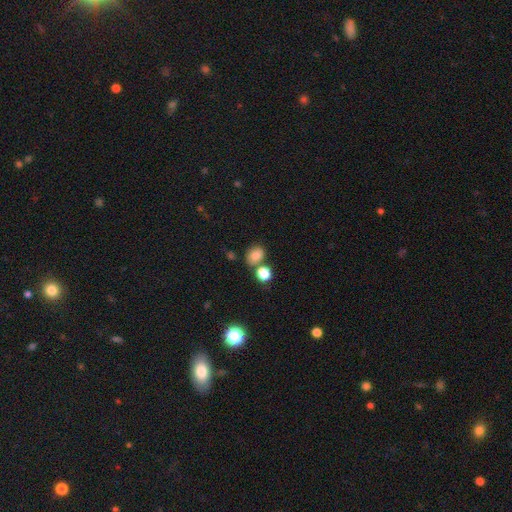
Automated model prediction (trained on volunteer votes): smooth 81%, star or artifact 13%, featured or disk 6%. Down the decision tree: how rounded — in between (65%); merging — none (55%).